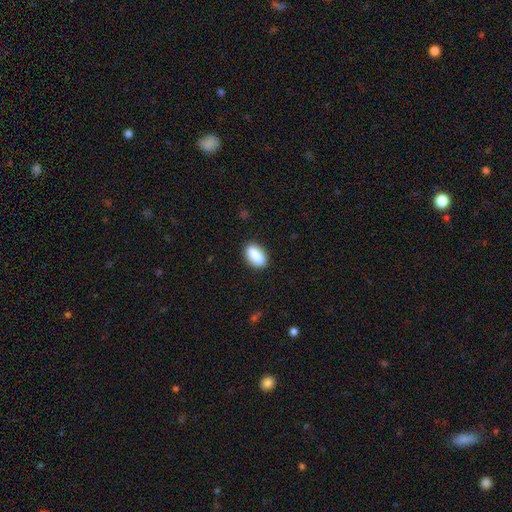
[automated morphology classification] Smooth or featured?
  - smooth: 88% *
  - star or artifact: 7%
  - featured or disk: 5%
How rounded?
  - in between: 89% *
  - cigar-shaped: 7%
  - round: 4%
Merging?
  - none: 87% *
  - minor disturbance: 10%
  - major disturbance: 2%
  - merger: 1%